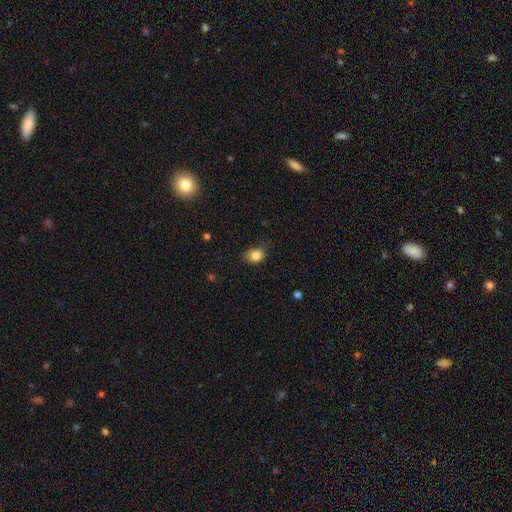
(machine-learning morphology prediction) This appears to be a smooth galaxy with no disk features (82%) that is in between round and cigar-shaped (56%). Merging: none (65%).